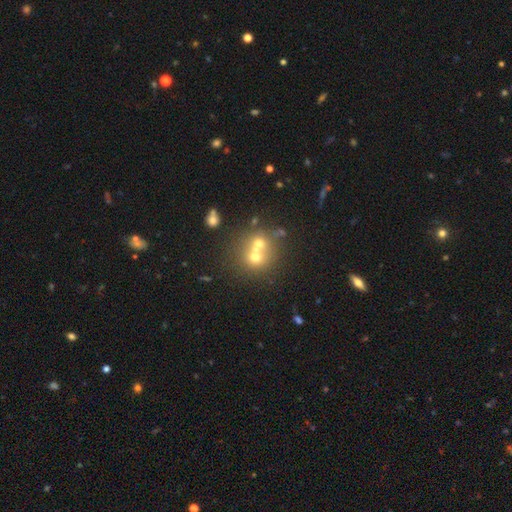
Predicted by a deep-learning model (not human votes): Smooth or featured: smooth — 54% (featured or disk — 28%)
How rounded: round — 80% (in between — 19%)
Merging: merger — 56% (none — 35%)